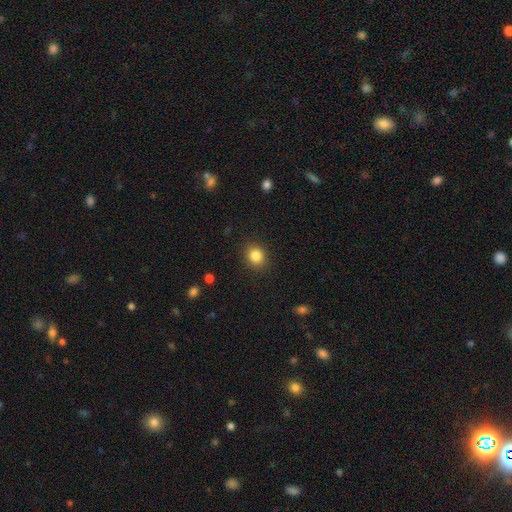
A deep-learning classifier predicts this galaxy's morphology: Smooth or featured: smooth — 85% (star or artifact — 10%)
How rounded: round — 78% (in between — 21%)
Merging: none — 89% (minor disturbance — 7%)